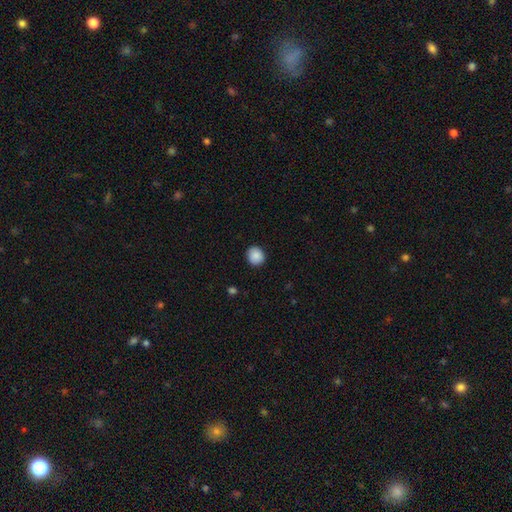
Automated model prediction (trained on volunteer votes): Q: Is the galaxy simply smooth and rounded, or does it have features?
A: smooth — 88%.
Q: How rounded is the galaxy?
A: round — 86%.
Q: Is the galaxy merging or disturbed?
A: none — 90%.